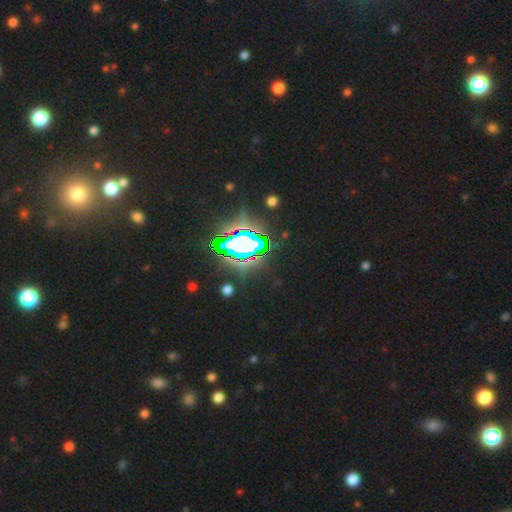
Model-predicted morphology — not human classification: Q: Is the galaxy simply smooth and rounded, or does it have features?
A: star or artifact — 79%.